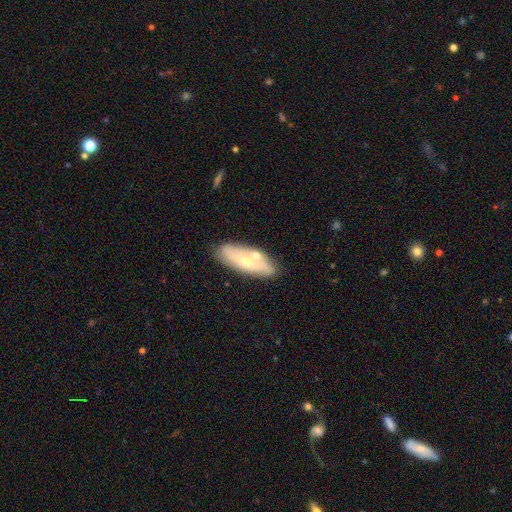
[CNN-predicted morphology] This appears to be a smooth galaxy with no disk features (49%). Merging: none (66%).